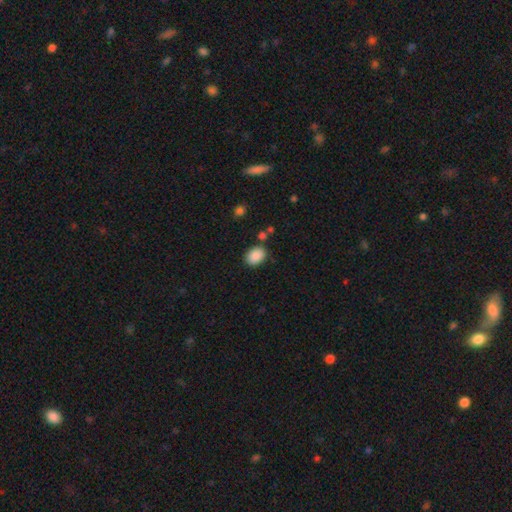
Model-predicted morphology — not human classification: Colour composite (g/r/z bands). It shows a smooth galaxy with no disk features (89%) that is in between round and cigar-shaped (69%). Merging: none (80%).